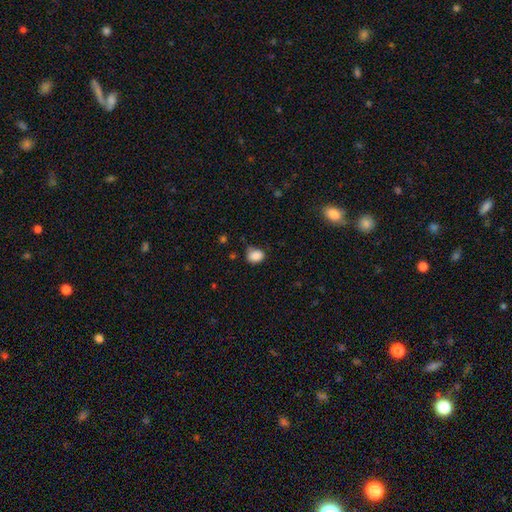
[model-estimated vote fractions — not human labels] Overall: smooth (87%). How rounded: in between (55%; round 44%). Merging: none (60%; minor disturbance 31%).